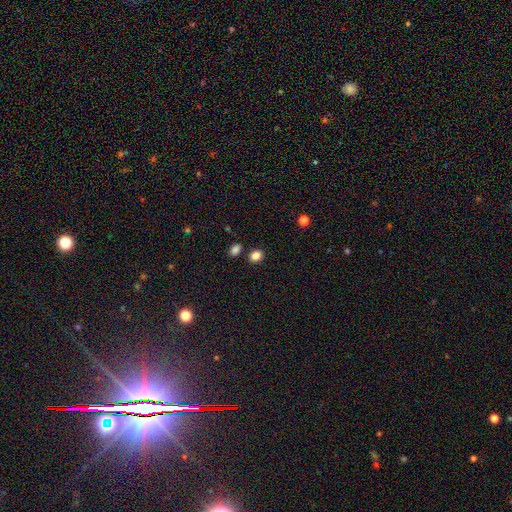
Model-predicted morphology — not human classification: Smooth or featured? smooth (85%)
How rounded? round (51%)
Merging? none (80%)